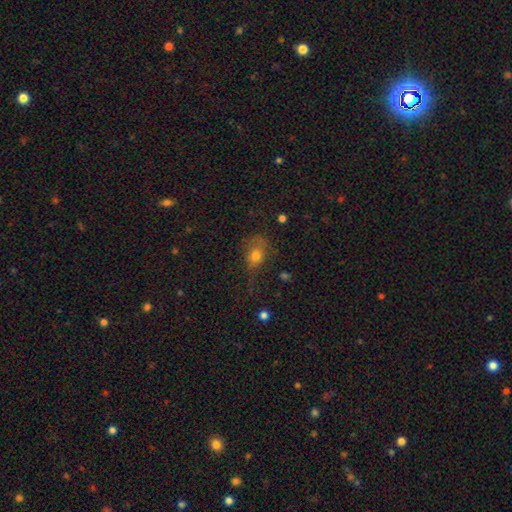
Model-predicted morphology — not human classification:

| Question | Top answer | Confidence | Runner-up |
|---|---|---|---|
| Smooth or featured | smooth | 66% | featured or disk (19%) |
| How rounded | in between | 59% | round (38%) |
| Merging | none | 38% | major disturbance (30%) |